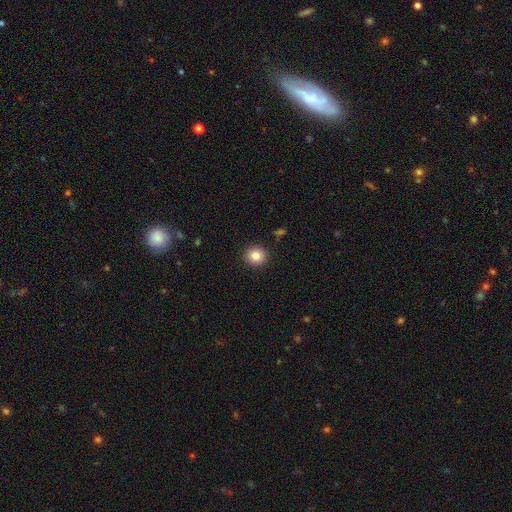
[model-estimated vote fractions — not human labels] Q: Smooth or featured?
A: smooth (83%); runner-up: star or artifact (10%)
Q: How rounded?
A: round (91%); runner-up: in between (8%)
Q: Merging?
A: none (92%); runner-up: minor disturbance (5%)